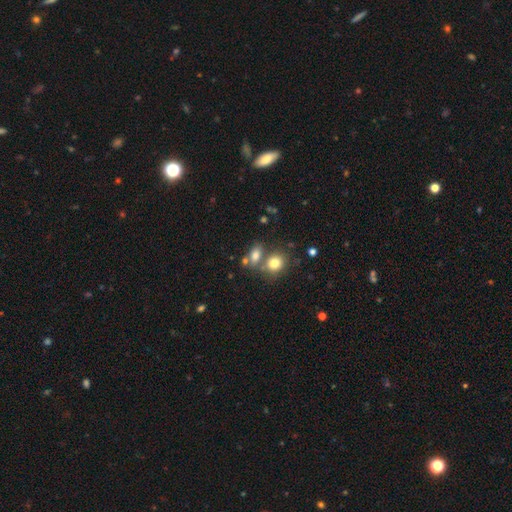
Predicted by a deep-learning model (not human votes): Smooth or featured? smooth (77%)
How rounded? in between (74%)
Merging? none (45%)